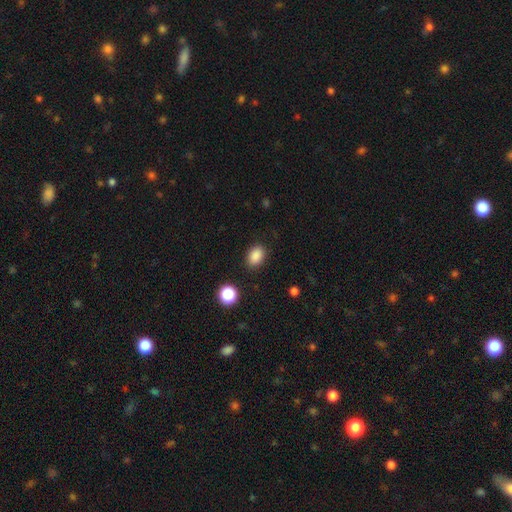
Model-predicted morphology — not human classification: Smooth or featured? smooth (87%)
How rounded? in between (76%)
Merging? none (86%)